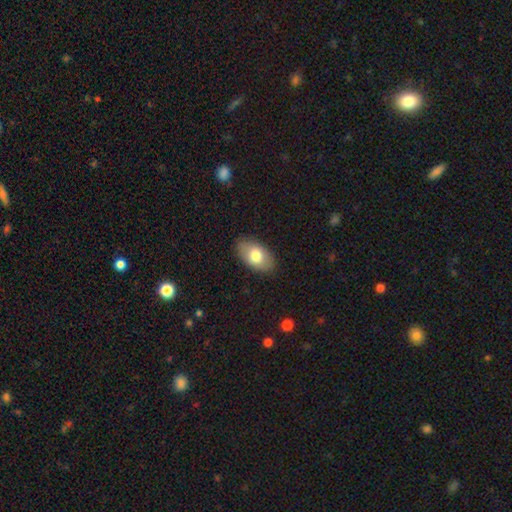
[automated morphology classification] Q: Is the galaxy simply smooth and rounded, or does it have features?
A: smooth — 77%.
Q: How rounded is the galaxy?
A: in between — 93%.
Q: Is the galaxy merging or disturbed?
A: none — 86%.